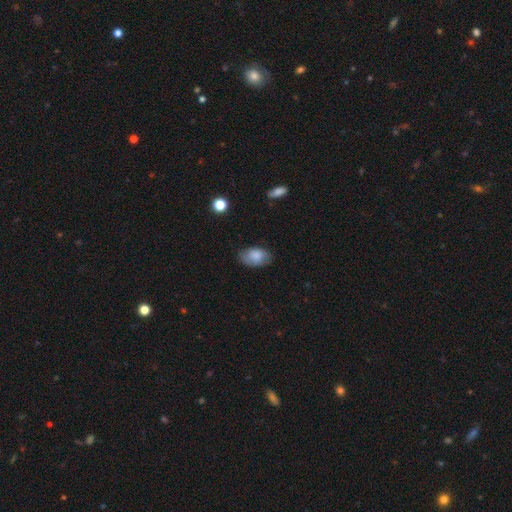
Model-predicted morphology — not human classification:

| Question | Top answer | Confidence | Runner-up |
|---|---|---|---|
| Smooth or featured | smooth | 82% | featured or disk (10%) |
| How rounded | in between | 91% | round (8%) |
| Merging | none | 70% | minor disturbance (23%) |